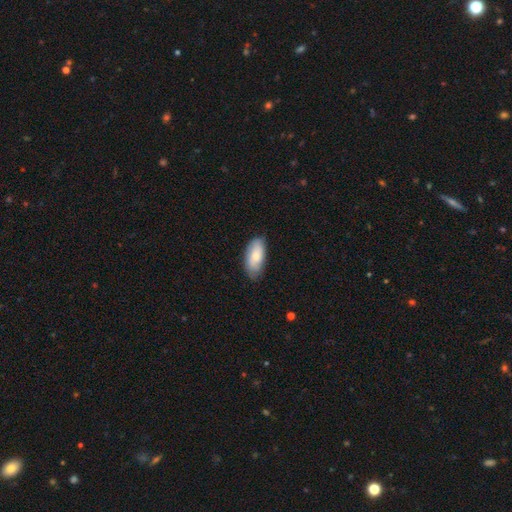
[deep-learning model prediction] A smooth galaxy with no disk features (76%) that is in between round and cigar-shaped (90%). Merging: none (77%).